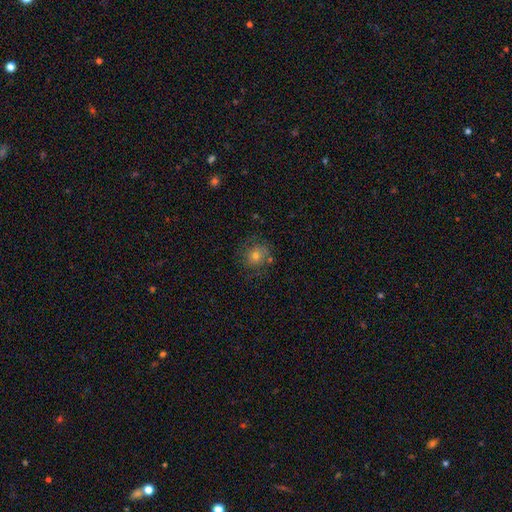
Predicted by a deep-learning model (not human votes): smooth-or-featured: smooth: 52% | featured or disk: 32% | star or artifact: 16%
  how-rounded: round: 82% | in between: 17% | cigar-shaped: 1%
  merging: none: 72% | minor disturbance: 16% | major disturbance: 8% | merger: 3%